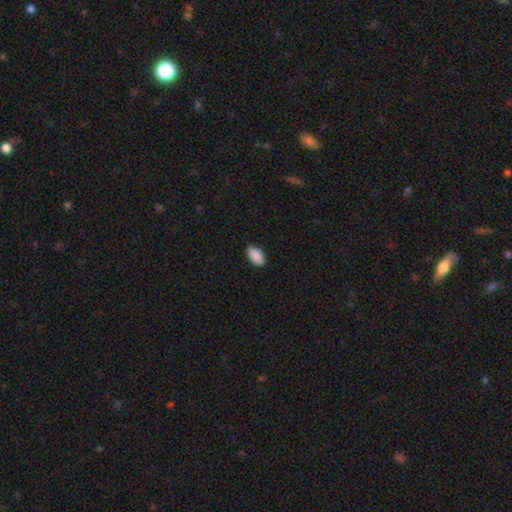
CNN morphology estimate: Smooth or featured?
  - smooth: 91% *
  - star or artifact: 7%
  - featured or disk: 2%
How rounded?
  - in between: 95% *
  - round: 3%
  - cigar-shaped: 2%
Merging?
  - none: 89% *
  - minor disturbance: 9%
  - major disturbance: 2%
  - merger: 1%